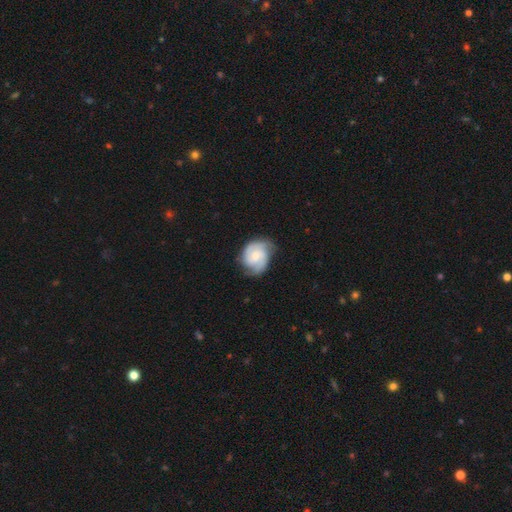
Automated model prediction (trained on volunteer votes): Smooth or featured?
  - featured or disk: 72% *
  - smooth: 22%
  - star or artifact: 6%
Edge-on disk?
  - no: 98% *
  - yes: 2%
Bar?
  - no: 55% *
  - weak: 38%
  - strong: 6%
Spiral arms?
  - yes: 95% *
  - no: 5%
Spiral winding?
  - tight: 44% * (tied)
  - medium: 44% * (tied)
  - loose: 12%
Spiral arm count?
  - 2: 68% *
  - 3: 14%
  - can't tell: 11%
  - 1: 3%
  - 4: 2%
  - more than 4: 2%
Bulge size?
  - moderate: 44% * (tied)
  - small: 44% * (tied)
  - none: 6%
  - large: 4%
  - dominant: 1%
Merging?
  - none: 67% *
  - minor disturbance: 24%
  - major disturbance: 8%
  - merger: 1%